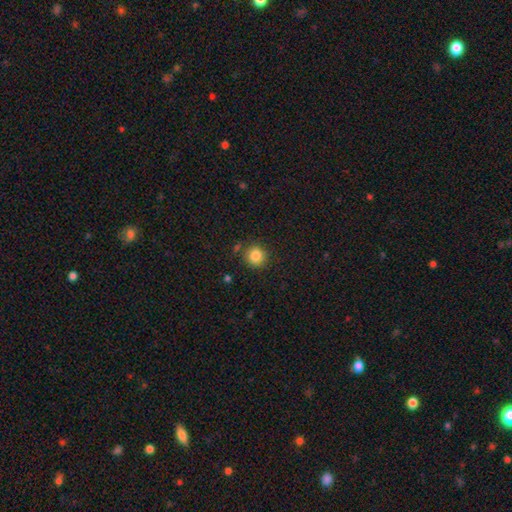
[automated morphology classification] Q: Smooth or featured?
A: smooth (85%); runner-up: star or artifact (10%)
Q: How rounded?
A: round (90%); runner-up: in between (9%)
Q: Merging?
A: none (83%); runner-up: minor disturbance (10%)